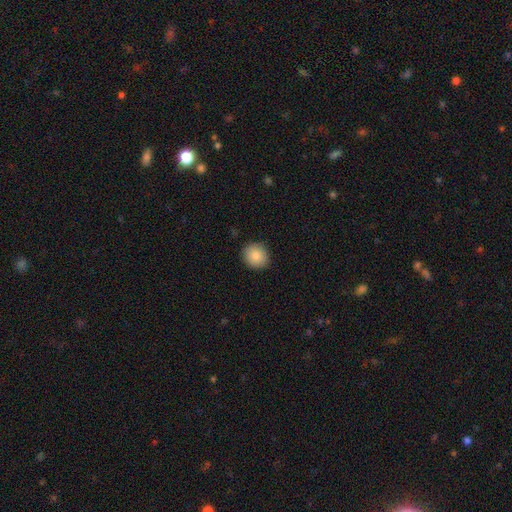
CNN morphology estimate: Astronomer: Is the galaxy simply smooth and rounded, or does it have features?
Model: smooth — 85%.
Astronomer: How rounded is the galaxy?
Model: round — 86%.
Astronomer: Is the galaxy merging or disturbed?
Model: none — 90%.